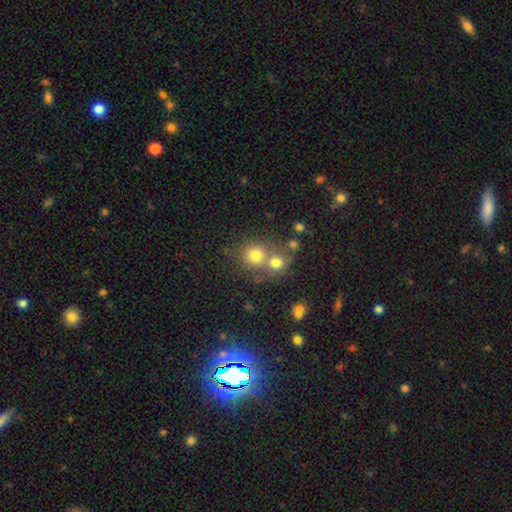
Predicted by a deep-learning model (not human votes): Smooth or featured? Predicted: smooth (p=0.75). How rounded? Predicted: round (p=0.87). Merging? Predicted: none (p=0.47).